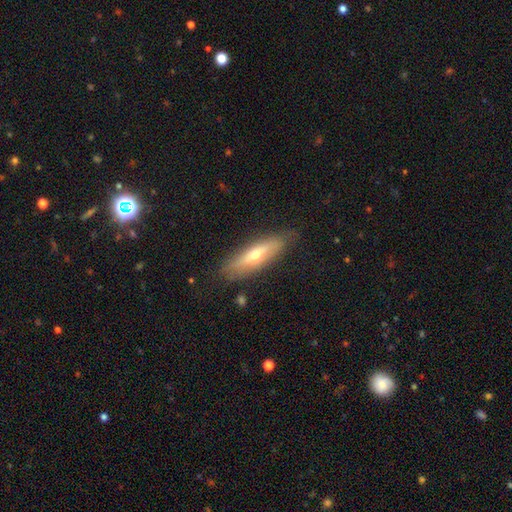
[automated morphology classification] Smooth or featured? Predicted: featured or disk (p=0.51). Edge-on disk? Predicted: yes (p=0.73). Merging? Predicted: none (p=0.82).